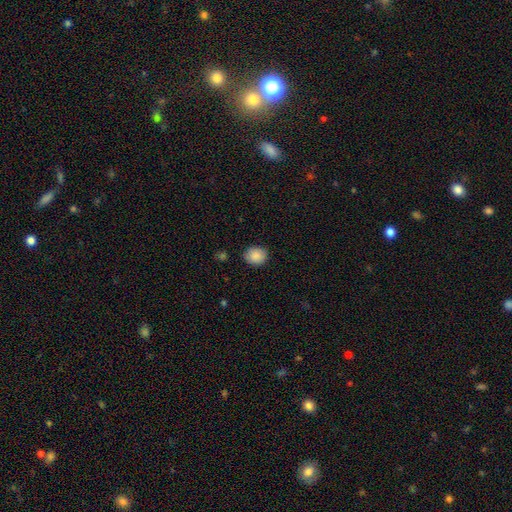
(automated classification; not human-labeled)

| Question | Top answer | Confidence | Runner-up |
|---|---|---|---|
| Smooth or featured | smooth | 88% | star or artifact (8%) |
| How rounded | round | 63% | in between (36%) |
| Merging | none | 86% | minor disturbance (11%) |